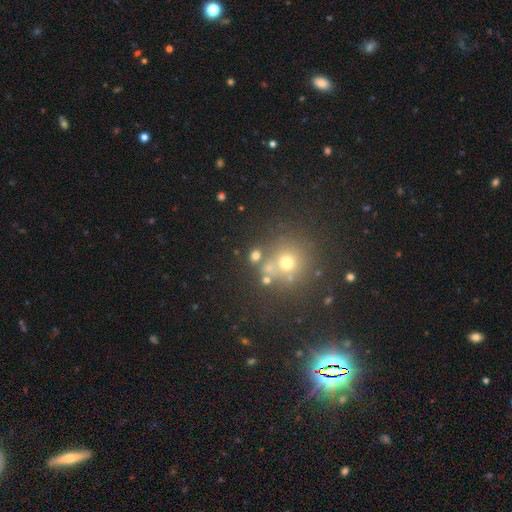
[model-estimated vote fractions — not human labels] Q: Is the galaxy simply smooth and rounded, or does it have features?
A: smooth — 64%.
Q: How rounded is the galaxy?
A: round — 75%.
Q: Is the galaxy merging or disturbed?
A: none — 67%.